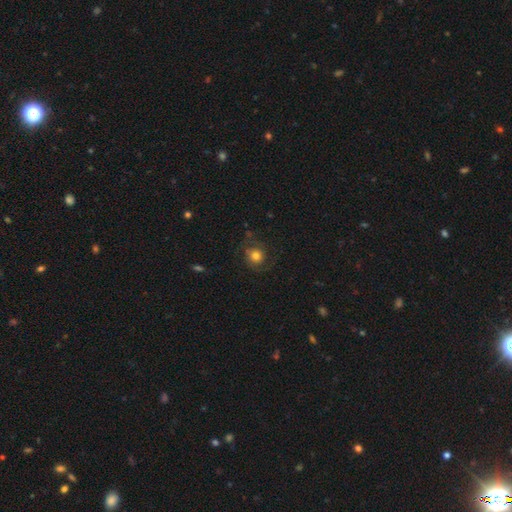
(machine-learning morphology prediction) smooth 69%, featured or disk 21%, star or artifact 10%. Down the decision tree: how rounded — round (87%); merging — none (67%).